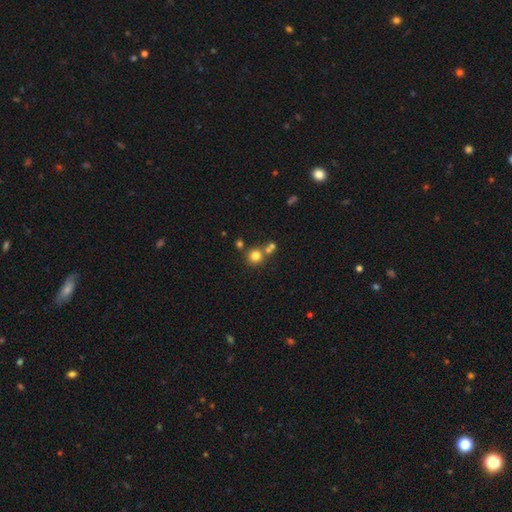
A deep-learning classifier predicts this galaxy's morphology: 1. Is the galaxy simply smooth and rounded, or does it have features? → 77% smooth, 14% star or artifact, 9% featured or disk.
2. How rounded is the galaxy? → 90% round, 10% in between, 1% cigar-shaped.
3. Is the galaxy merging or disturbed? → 61% none, 27% merger, 8% minor disturbance, 4% major disturbance.